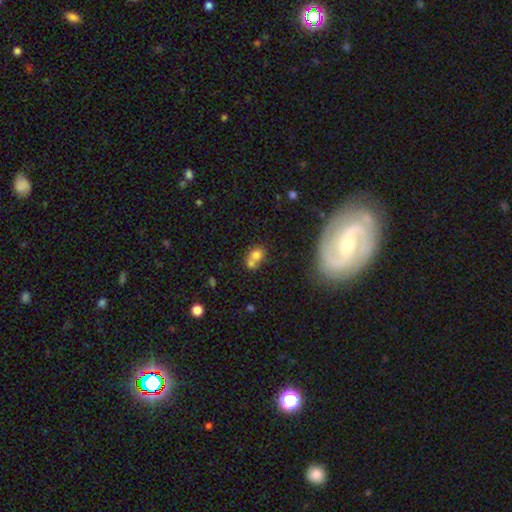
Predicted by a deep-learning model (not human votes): This appears to be a smooth galaxy with no disk features (73%) that is round (62%). Merging: merger (56%).